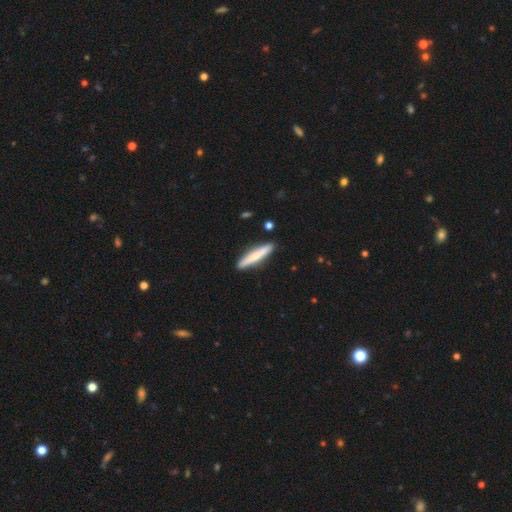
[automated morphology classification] Smooth or featured?
  - smooth: 67% *
  - featured or disk: 27%
  - star or artifact: 5%
How rounded?
  - cigar-shaped: 93% *
  - in between: 6%
  - round: 1%
Merging?
  - none: 90% *
  - minor disturbance: 7%
  - merger: 2%
  - major disturbance: 1%